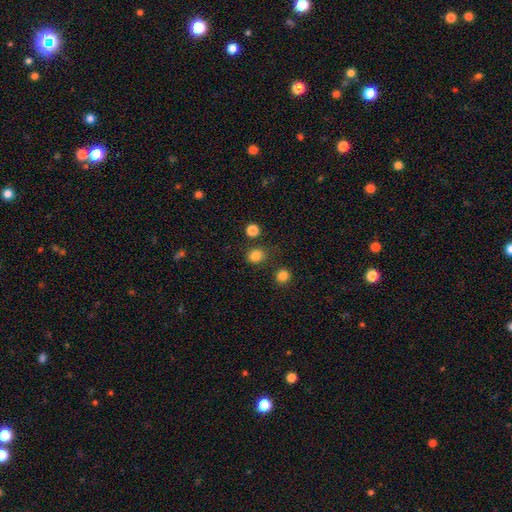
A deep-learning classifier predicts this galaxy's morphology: smooth-or-featured: smooth: 83% | star or artifact: 13% | featured or disk: 4%
  how-rounded: round: 72% | in between: 28% | cigar-shaped: 1%
  merging: none: 80% | minor disturbance: 10% | merger: 6% | major disturbance: 4%